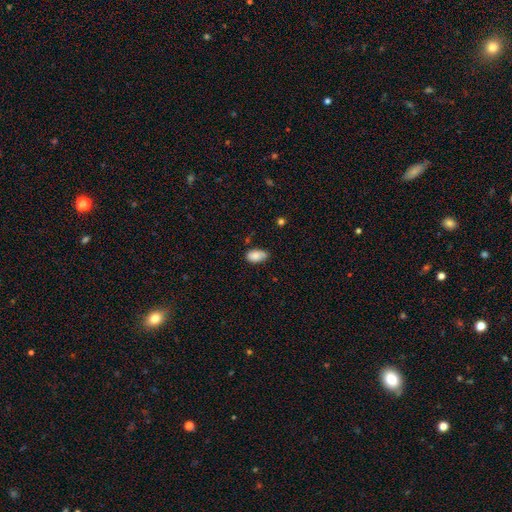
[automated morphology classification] Smooth or featured? Predicted: smooth (p=0.85). How rounded? Predicted: in between (p=0.94). Merging? Predicted: none (p=0.61).